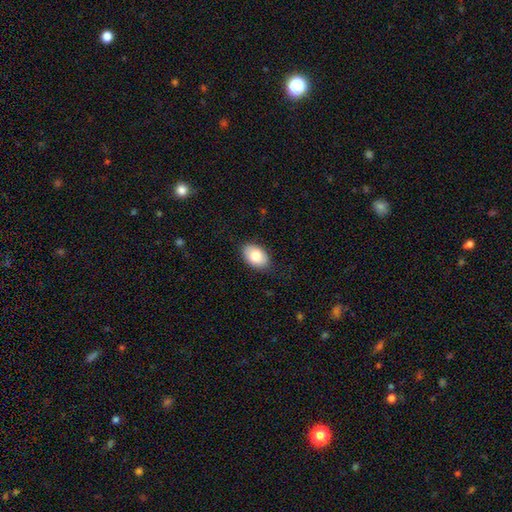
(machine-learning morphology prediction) Smooth or featured? Predicted: smooth (p=0.81). How rounded? Predicted: in between (p=0.89). Merging? Predicted: none (p=0.84).